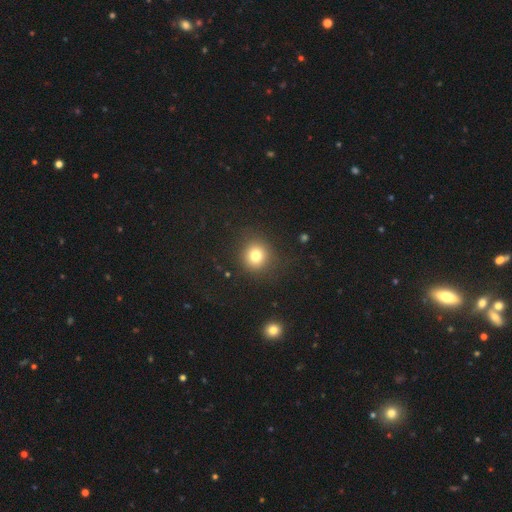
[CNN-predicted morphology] Smooth or featured? Predicted: smooth (p=0.77). How rounded? Predicted: round (p=0.91). Merging? Predicted: none (p=0.88).